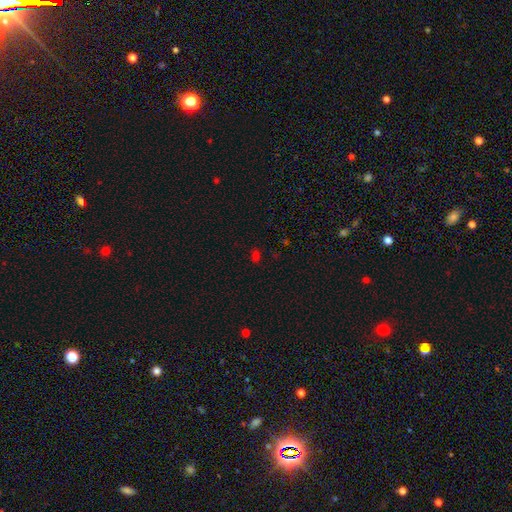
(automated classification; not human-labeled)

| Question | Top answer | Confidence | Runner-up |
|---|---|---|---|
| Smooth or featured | smooth | 62% | star or artifact (33%) |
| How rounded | in between | 77% | round (20%) |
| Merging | none | 80% | minor disturbance (12%) |